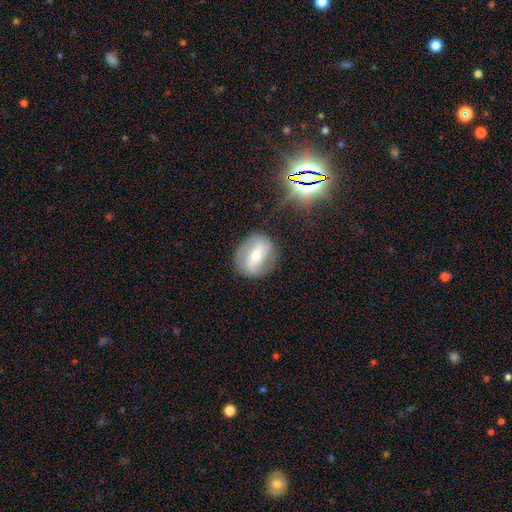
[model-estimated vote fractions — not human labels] Overall: featured or disk (61%; smooth 30%). Edge-on disk: no (93%). Bar: strong (48%; weak 31%). Spiral arms: yes (62%; no 38%). Bulge size: moderate (58%; small 36%). Merging: none (80%).